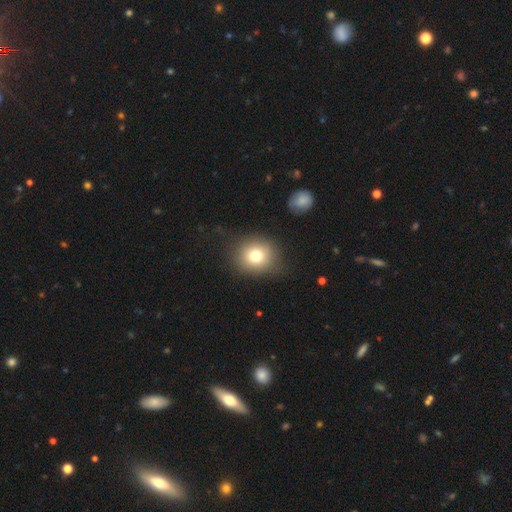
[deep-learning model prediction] Q: Smooth or featured?
A: smooth (76%); runner-up: featured or disk (12%)
Q: How rounded?
A: round (78%); runner-up: in between (22%)
Q: Merging?
A: none (79%); runner-up: minor disturbance (13%)